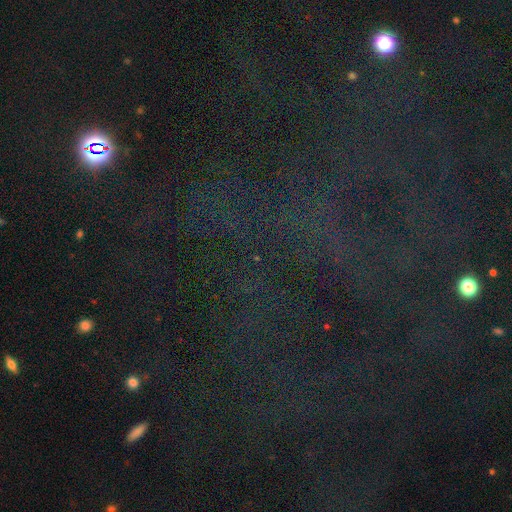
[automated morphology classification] star or artifact 76%, smooth 14%, featured or disk 10%.